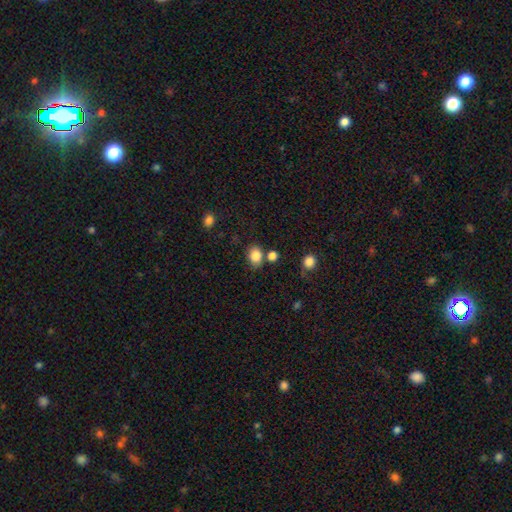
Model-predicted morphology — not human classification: A smooth galaxy with no disk features (85%) that is in between round and cigar-shaped (55%).

Vote fractions:
- Smooth or featured? smooth: 85% / star or artifact: 10% / featured or disk: 5%
- How rounded? in between: 55% / round: 44% / cigar-shaped: 1%
- Merging? none: 70% / minor disturbance: 13% / merger: 13% / major disturbance: 4%